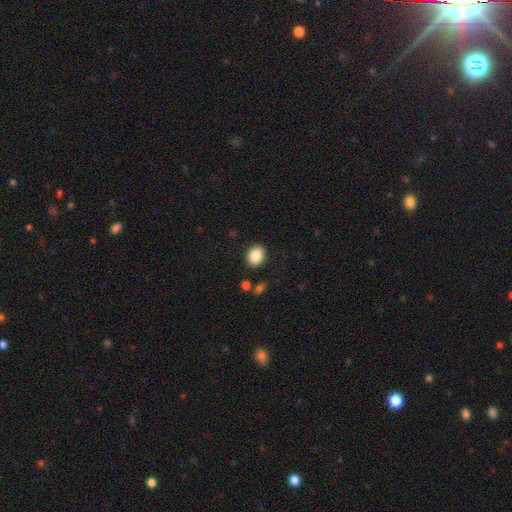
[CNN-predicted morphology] smooth-or-featured: smooth: 86% | star or artifact: 8% | featured or disk: 6%
  how-rounded: in between: 54% | round: 45% | cigar-shaped: 1%
  merging: none: 88% | minor disturbance: 7% | major disturbance: 2% | merger: 2%